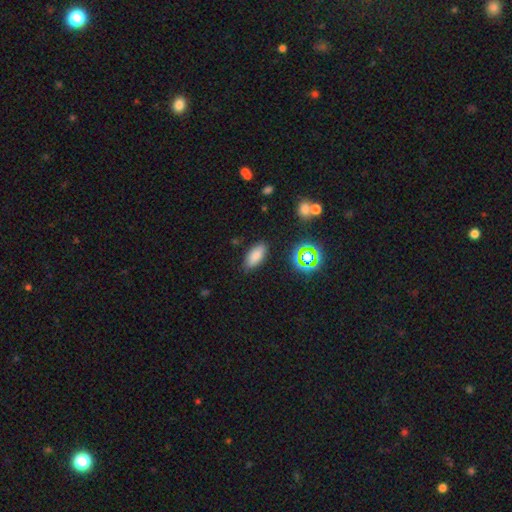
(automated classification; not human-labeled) Q: Smooth or featured?
A: smooth (79%); runner-up: star or artifact (13%)
Q: How rounded?
A: in between (86%); runner-up: cigar-shaped (10%)
Q: Merging?
A: none (84%); runner-up: minor disturbance (12%)